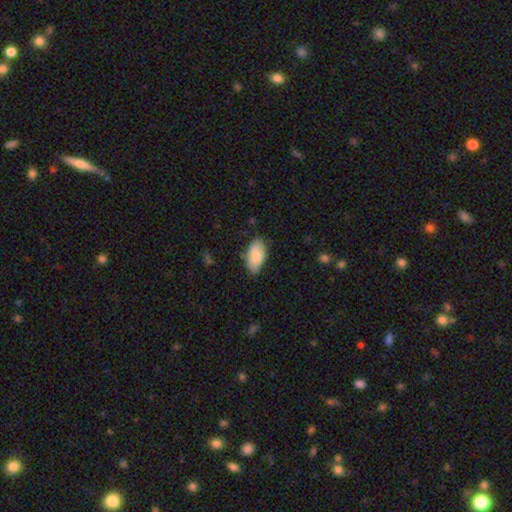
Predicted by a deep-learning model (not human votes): Morphology: type=smooth (84%); roundness=in between (95%); merging=none (76%).